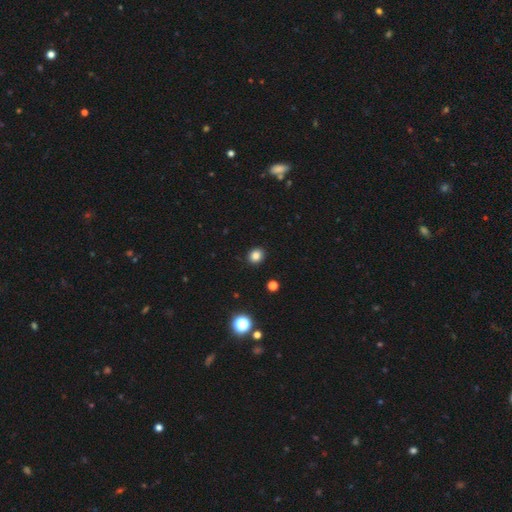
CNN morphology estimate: Smooth or featured?
  - smooth: 83% *
  - star or artifact: 13%
  - featured or disk: 4%
How rounded?
  - round: 77% *
  - in between: 23%
  - cigar-shaped: 1%
Merging?
  - none: 92% *
  - minor disturbance: 5%
  - major disturbance: 2%
  - merger: 1%